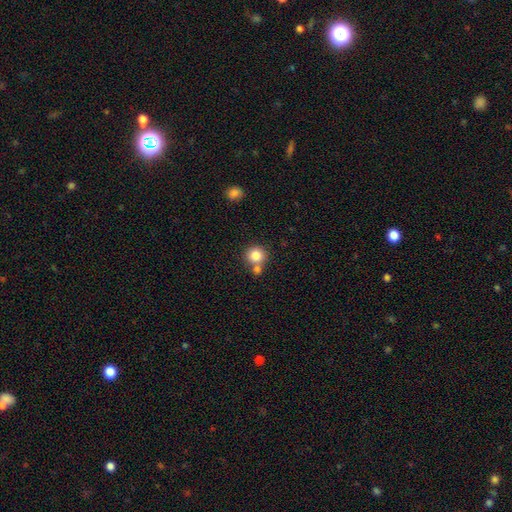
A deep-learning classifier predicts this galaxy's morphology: Q: Smooth or featured?
A: smooth (83%); runner-up: star or artifact (10%)
Q: How rounded?
A: round (91%); runner-up: in between (8%)
Q: Merging?
A: none (60%); runner-up: merger (30%)